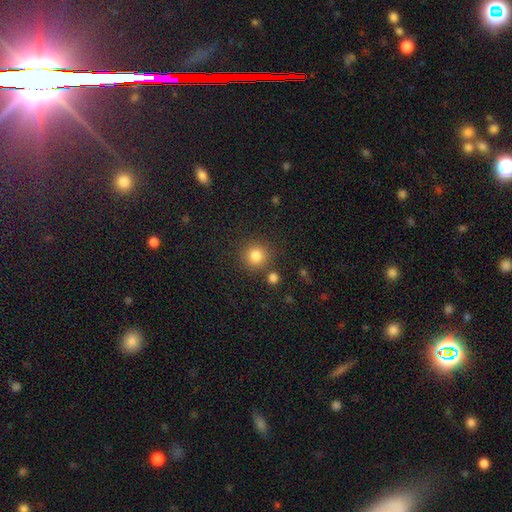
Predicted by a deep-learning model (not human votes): smooth-or-featured: smooth: 83% | star or artifact: 12% | featured or disk: 6%
  how-rounded: round: 93% | in between: 6% | cigar-shaped: 1%
  merging: none: 84% | minor disturbance: 8% | merger: 6% | major disturbance: 3%